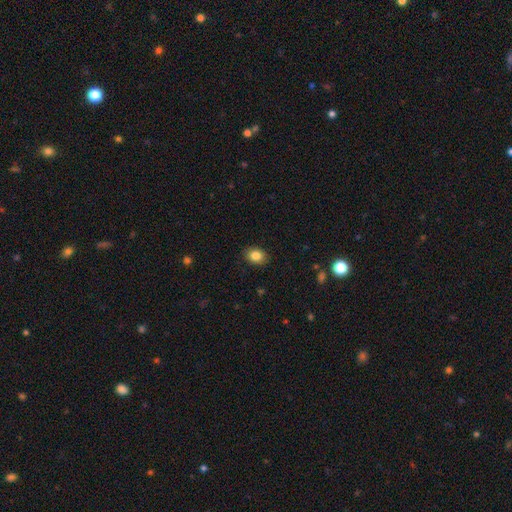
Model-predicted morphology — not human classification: smooth_or_featured: smooth (p=0.85) [alt: star or artifact p=0.09]
how_rounded: in between (p=0.60) [alt: round p=0.39]
merging: none (p=0.89) [alt: minor disturbance p=0.08]